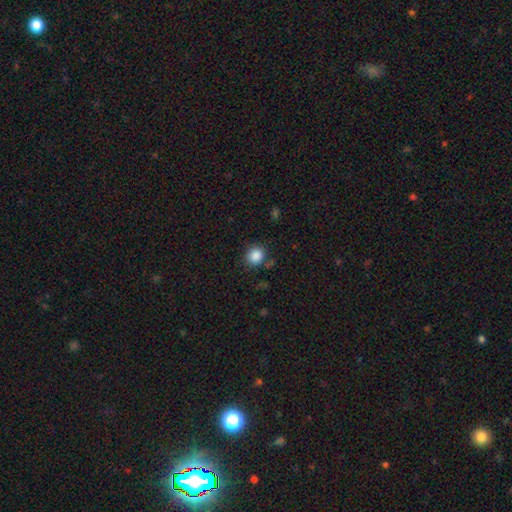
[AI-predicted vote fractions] Smooth or featured? Predicted: smooth (p=0.86). How rounded? Predicted: round (p=0.81). Merging? Predicted: none (p=0.80).